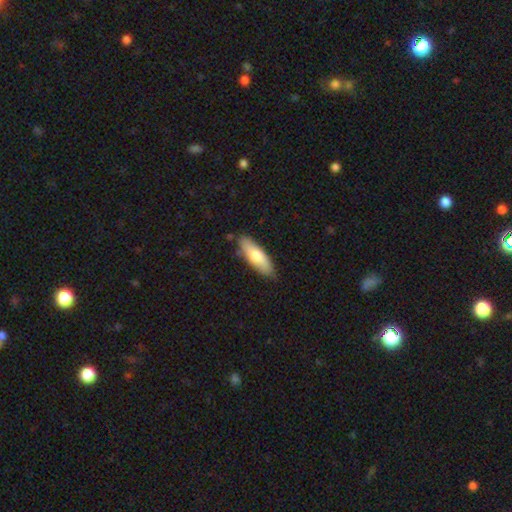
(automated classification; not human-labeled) Overall: smooth (70%). How rounded: in between (58%; cigar-shaped 40%). Merging: none (82%).